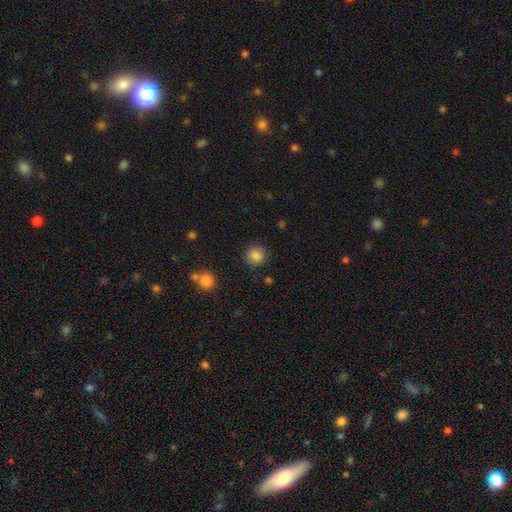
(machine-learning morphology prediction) Q: Smooth or featured?
A: smooth (85%); runner-up: star or artifact (10%)
Q: How rounded?
A: round (91%); runner-up: in between (8%)
Q: Merging?
A: none (88%); runner-up: minor disturbance (7%)